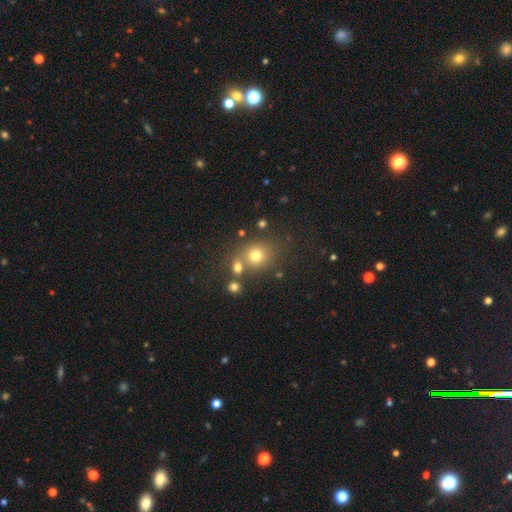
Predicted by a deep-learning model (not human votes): Overall: smooth (74%). How rounded: round (81%). Merging: none (64%).